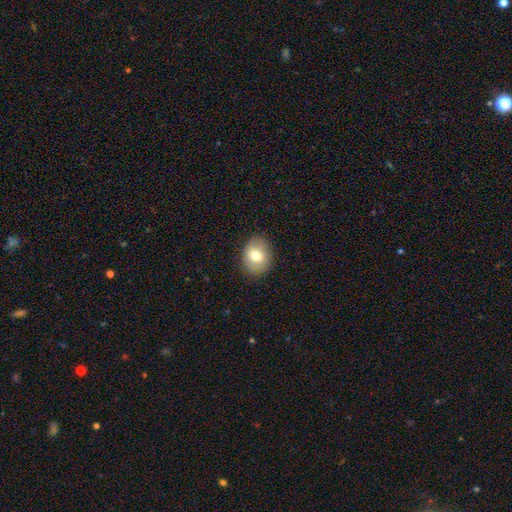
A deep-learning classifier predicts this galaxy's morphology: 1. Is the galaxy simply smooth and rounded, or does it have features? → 74% smooth, 17% featured or disk, 9% star or artifact.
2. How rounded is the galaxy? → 50% round, 49% in between, 1% cigar-shaped.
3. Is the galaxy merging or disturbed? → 84% none, 12% minor disturbance, 3% major disturbance, 1% merger.